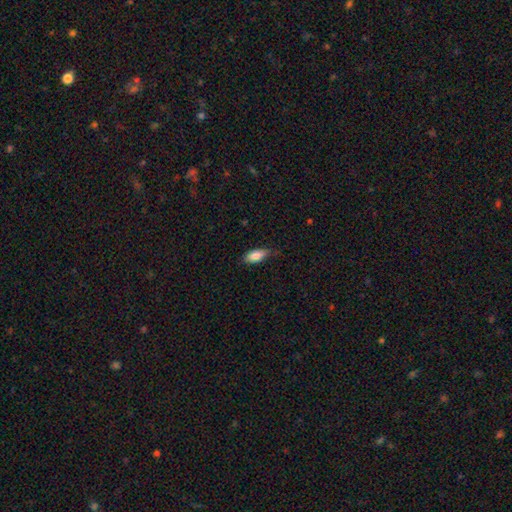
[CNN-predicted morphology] Smooth or featured? smooth (83%)
How rounded? in between (82%)
Merging? none (79%)